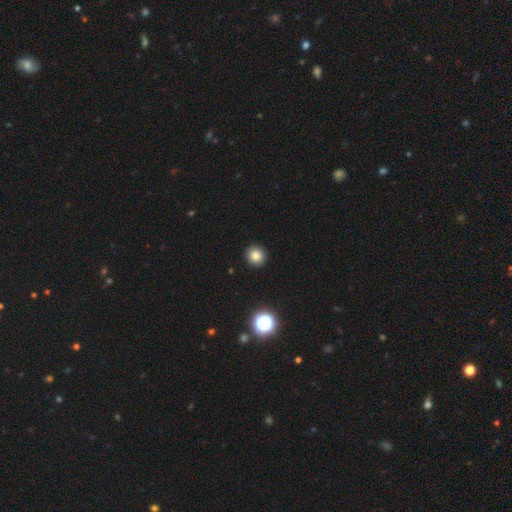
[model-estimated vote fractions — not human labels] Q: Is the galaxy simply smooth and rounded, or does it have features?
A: smooth — 81%.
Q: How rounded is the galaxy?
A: round — 90%.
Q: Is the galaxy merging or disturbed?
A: none — 93%.